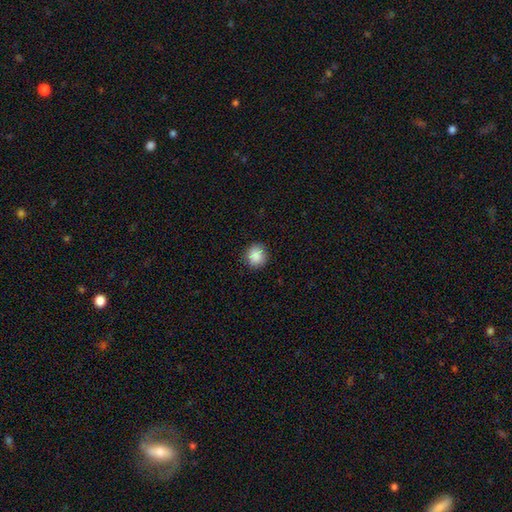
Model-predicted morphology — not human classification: This appears to be a smooth galaxy with no disk features (88%) that is round (89%). Merging: none (89%).